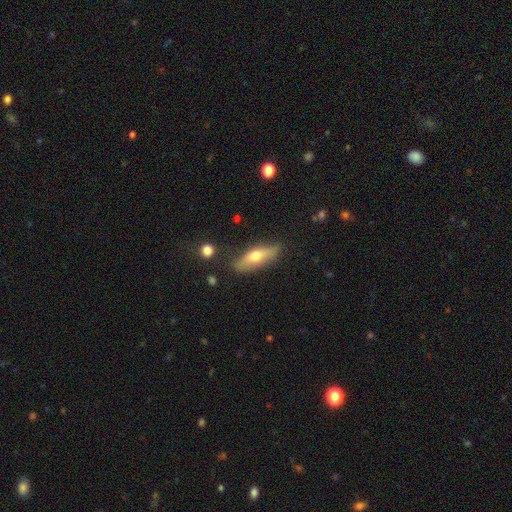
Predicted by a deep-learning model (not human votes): This is possibly a smooth galaxy (49%). Merging: likely none (79%).